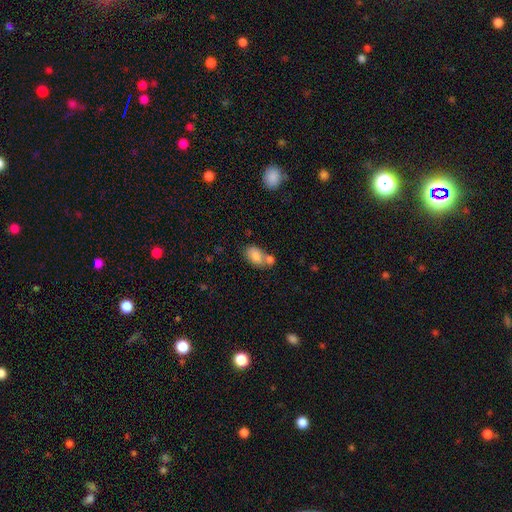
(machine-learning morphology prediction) This appears to be a smooth galaxy with no disk features (83%) that is in between round and cigar-shaped (88%). Merging: merger (42%).